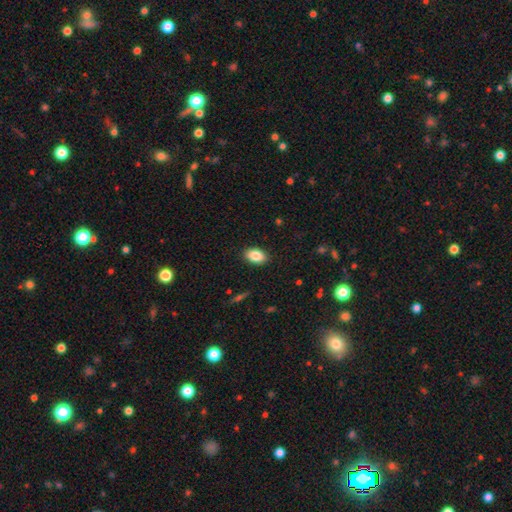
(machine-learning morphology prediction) Overall: smooth (86%). How rounded: in between (89%). Merging: none (89%).